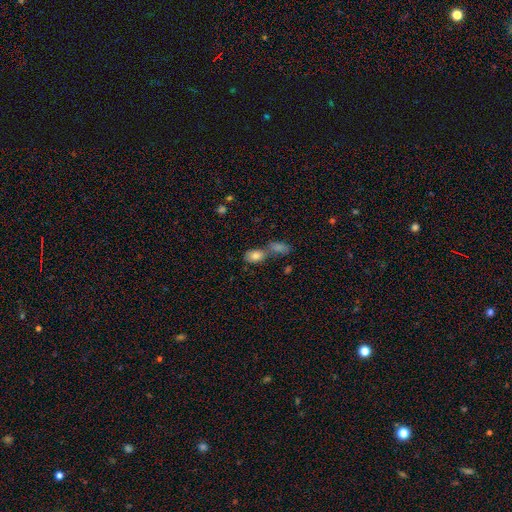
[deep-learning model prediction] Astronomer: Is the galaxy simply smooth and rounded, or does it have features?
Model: smooth — 82%.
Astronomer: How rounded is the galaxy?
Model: in between — 86%.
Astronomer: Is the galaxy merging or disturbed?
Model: merger — 50% (runner-up: none, 34%).